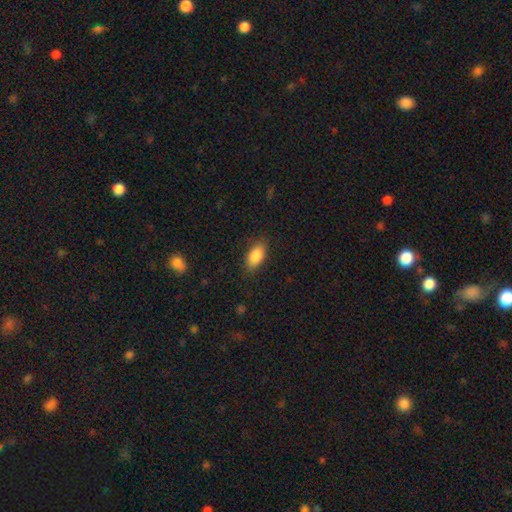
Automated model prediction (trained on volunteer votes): Q: Smooth or featured?
A: smooth (86%); runner-up: star or artifact (8%)
Q: How rounded?
A: in between (89%); runner-up: cigar-shaped (6%)
Q: Merging?
A: none (84%); runner-up: minor disturbance (12%)